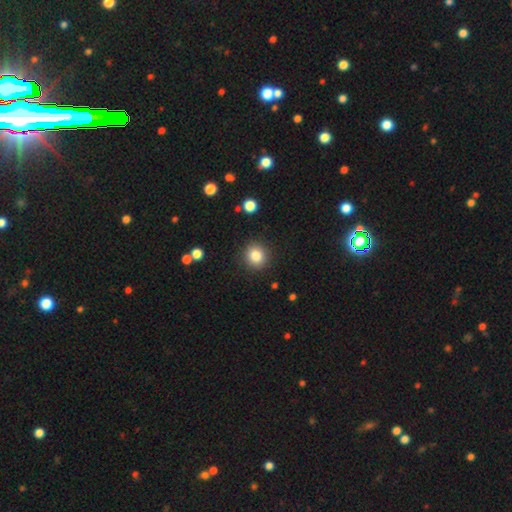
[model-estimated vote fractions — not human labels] This appears to be a smooth galaxy with no disk features (84%) that is round (88%). Merging: none (89%).